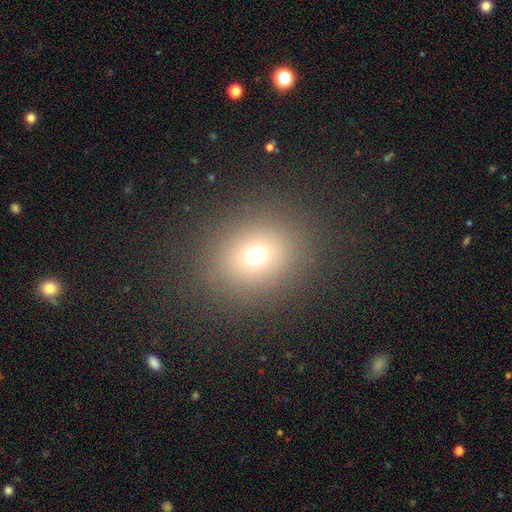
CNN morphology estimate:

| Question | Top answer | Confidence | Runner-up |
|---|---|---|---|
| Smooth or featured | smooth | 68% | star or artifact (22%) |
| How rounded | round | 73% | in between (26%) |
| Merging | none | 86% | minor disturbance (7%) |